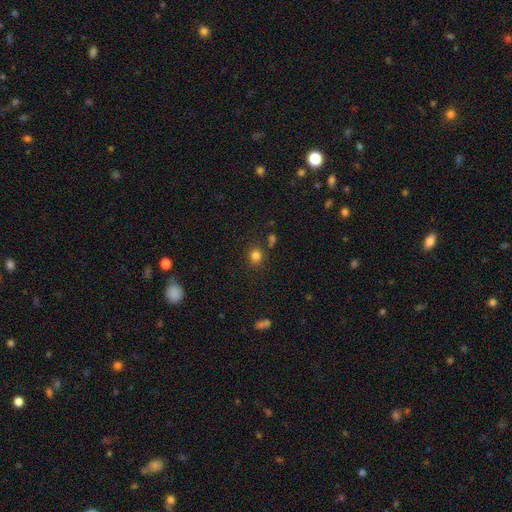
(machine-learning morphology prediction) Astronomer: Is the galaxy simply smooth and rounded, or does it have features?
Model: smooth — 81%.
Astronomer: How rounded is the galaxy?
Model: round — 81%.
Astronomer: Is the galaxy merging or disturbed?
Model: none — 80%.